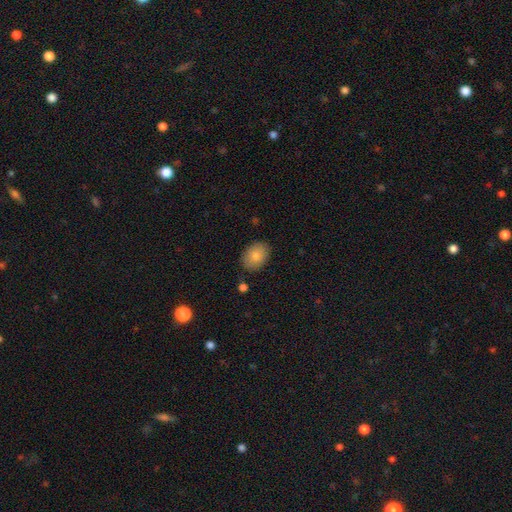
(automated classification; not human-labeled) Smooth or featured? smooth (84%)
How rounded? in between (74%)
Merging? none (83%)